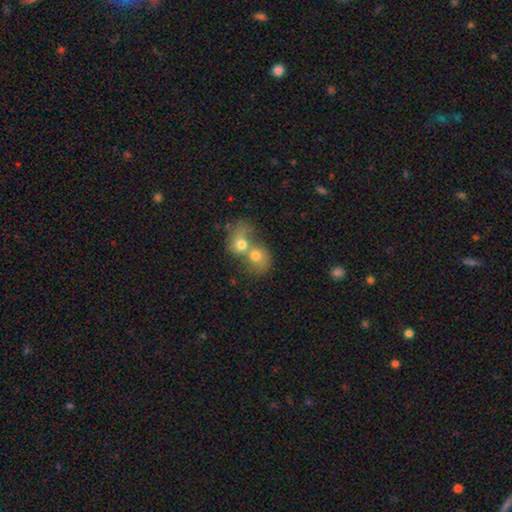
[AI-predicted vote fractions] Overall: smooth (67%). How rounded: round (61%; in between 38%). Merging: merger (82%).